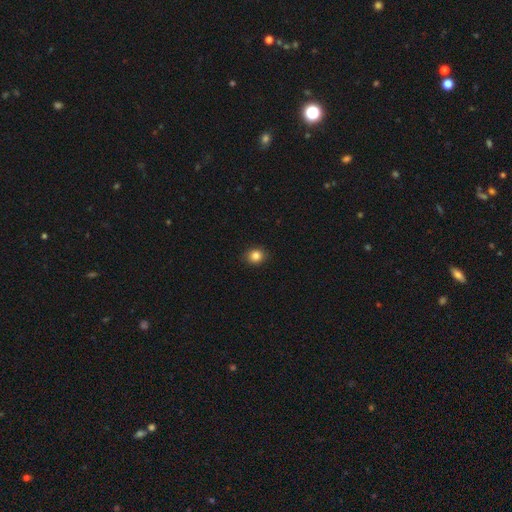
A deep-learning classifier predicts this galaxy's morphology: Smooth or featured? Predicted: smooth (p=0.84). How rounded? Predicted: round (p=0.76). Merging? Predicted: none (p=0.90).